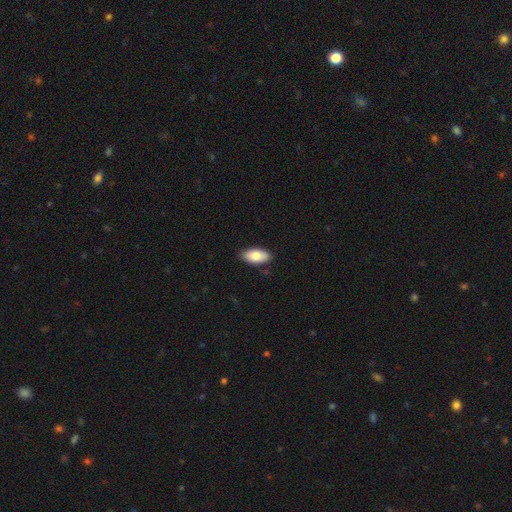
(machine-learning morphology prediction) type=smooth (80%); roundness=in between (93%); merging=none (86%).